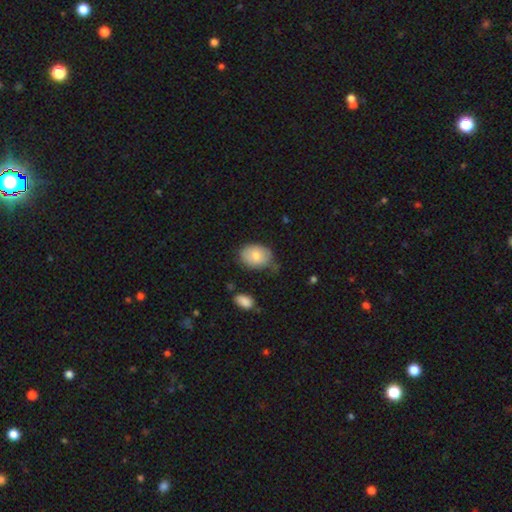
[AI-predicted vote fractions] A smooth galaxy with no disk features (79%) that is in between round and cigar-shaped (72%). Merging: none (61%).